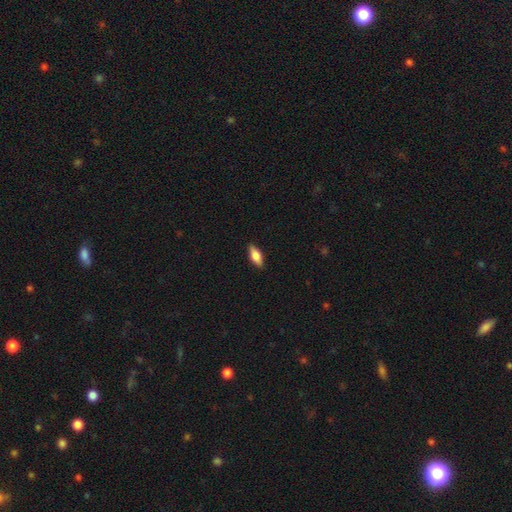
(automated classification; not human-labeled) Smooth or featured? smooth (74%)
How rounded? in between (78%)
Merging? none (88%)